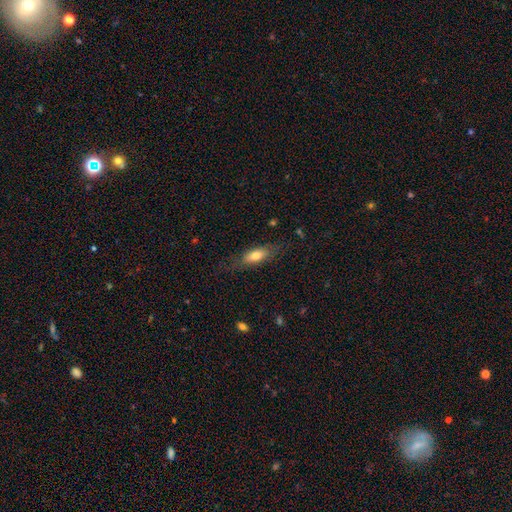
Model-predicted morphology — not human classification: The model was most divided on "how rounded": in between: 68%, cigar-shaped: 29%, round: 3%. More confident: merging — none (71%); smooth or featured — smooth (69%).